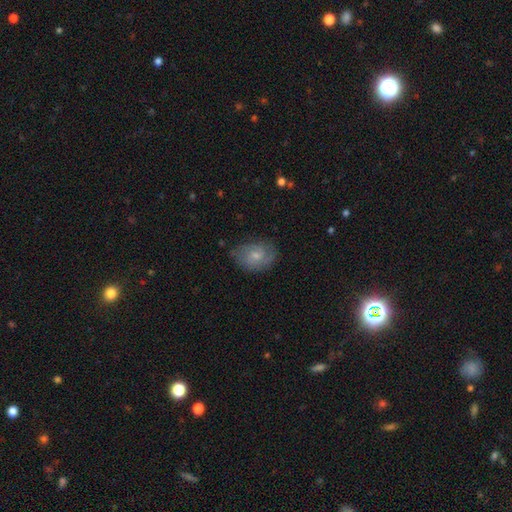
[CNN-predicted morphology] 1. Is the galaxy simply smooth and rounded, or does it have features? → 54% featured or disk, 39% smooth, 8% star or artifact.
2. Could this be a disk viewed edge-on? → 96% no, 4% yes.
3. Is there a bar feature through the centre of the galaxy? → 68% no, 29% weak, 3% strong.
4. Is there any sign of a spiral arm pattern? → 82% yes, 18% no.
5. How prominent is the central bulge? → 56% small, 37% moderate, 4% none, 2% large, 1% dominant.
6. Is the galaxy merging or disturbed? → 68% none, 23% minor disturbance, 7% major disturbance, 1% merger.